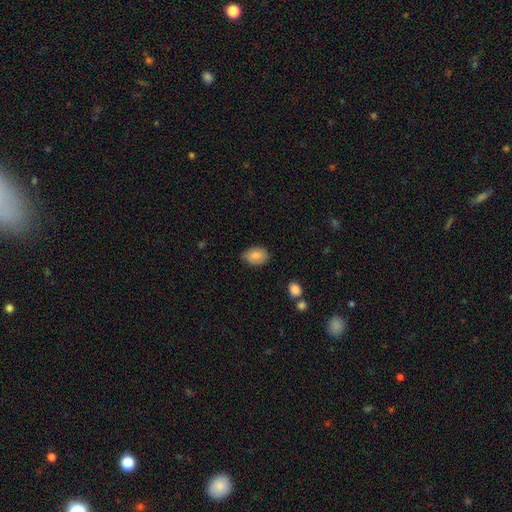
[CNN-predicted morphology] type=smooth (79%); roundness=in between (80%); merging=none (72%).